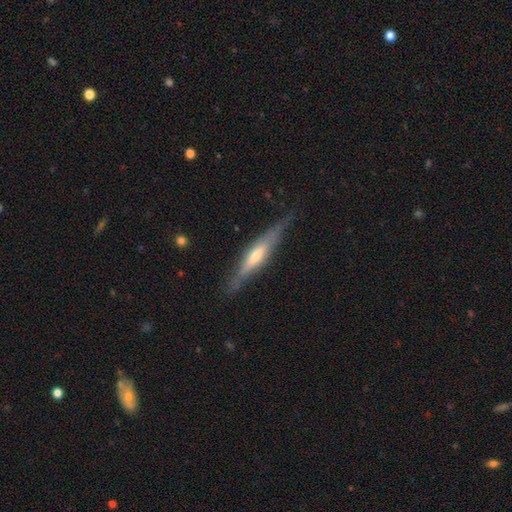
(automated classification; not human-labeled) A featured or disk galaxy (71%) viewed edge-on (93%) with a rounded central bulge (71%).

Vote fractions:
- Smooth or featured? featured or disk: 71% / smooth: 23% / star or artifact: 6%
- Edge-on disk? yes: 93% / no: 7%
- Edge-on bulge? rounded: 71% / boxy: 15% / none: 14%
- Merging? none: 82% / minor disturbance: 14% / major disturbance: 3% / merger: 1%